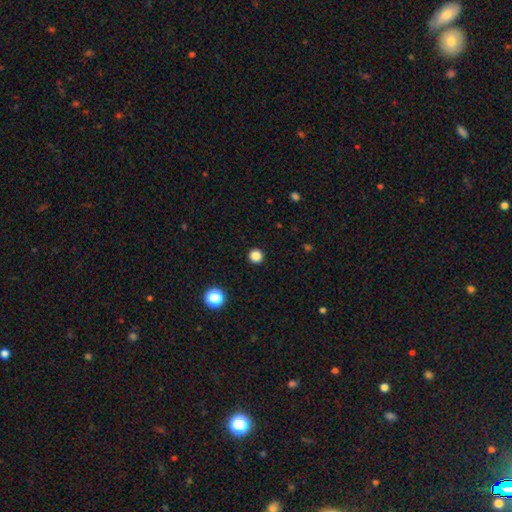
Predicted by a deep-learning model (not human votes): A smooth galaxy with no disk features (84%) that is round (96%).

Vote fractions:
- Smooth or featured? smooth: 84% / star or artifact: 13% / featured or disk: 3%
- How rounded? round: 96% / in between: 3% / cigar-shaped: 1%
- Merging? none: 94% / minor disturbance: 4% / major disturbance: 2% / merger: 1%